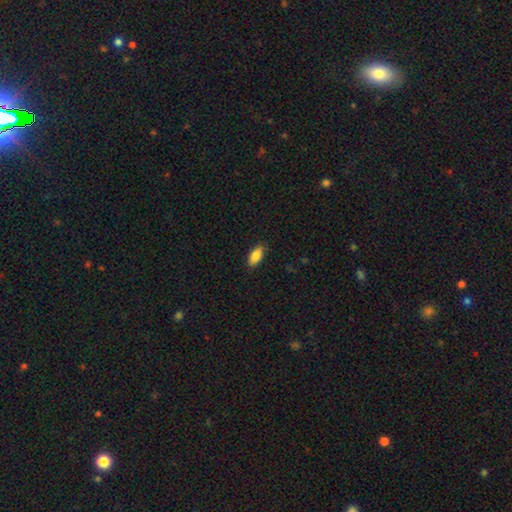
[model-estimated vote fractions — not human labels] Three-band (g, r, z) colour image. It shows a smooth galaxy with no disk features (86%) that is in between round and cigar-shaped (88%). Merging: none (86%).